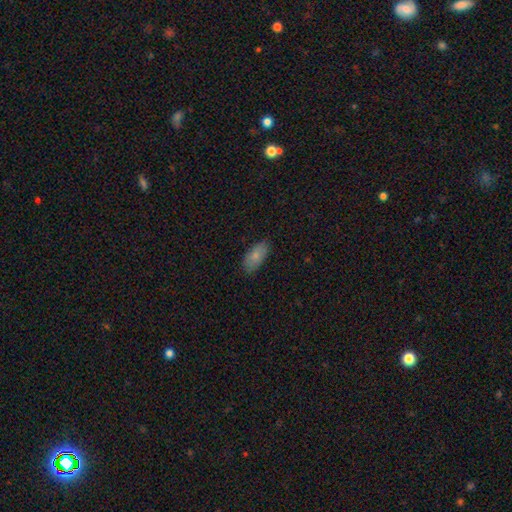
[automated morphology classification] Smooth or featured: smooth — 80% (featured or disk — 14%)
How rounded: in between — 92% (cigar-shaped — 6%)
Merging: none — 82% (minor disturbance — 15%)